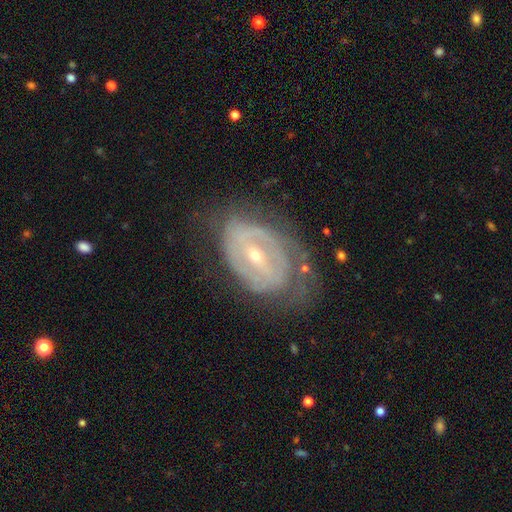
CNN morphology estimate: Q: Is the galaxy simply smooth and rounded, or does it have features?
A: featured or disk — 82%.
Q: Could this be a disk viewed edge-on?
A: no — 95%.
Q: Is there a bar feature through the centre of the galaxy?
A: weak — 40%.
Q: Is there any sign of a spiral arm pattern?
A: yes — 78%.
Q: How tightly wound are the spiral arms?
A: tight — 57%.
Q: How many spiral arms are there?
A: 2 — 45%.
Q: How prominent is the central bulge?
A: small — 62%.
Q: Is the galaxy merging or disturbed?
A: none — 54%.